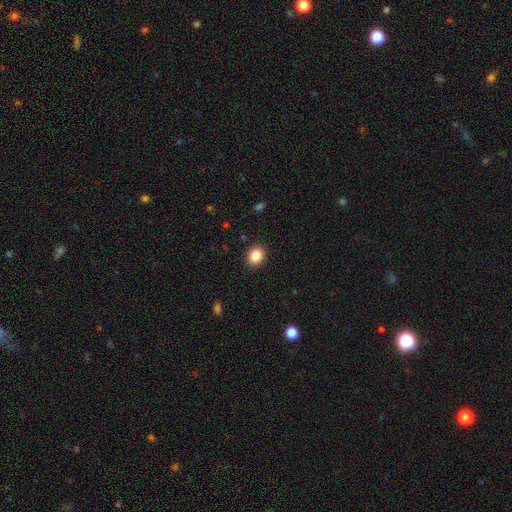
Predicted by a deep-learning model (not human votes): Smooth or featured: smooth — 86% (star or artifact — 10%)
How rounded: round — 59% (in between — 40%)
Merging: none — 90% (minor disturbance — 7%)